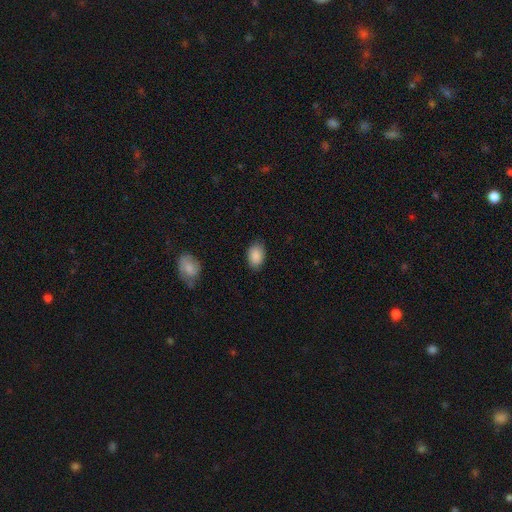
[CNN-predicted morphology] A smooth galaxy with no disk features (89%) that is in between round and cigar-shaped (86%). Merging: none (82%).